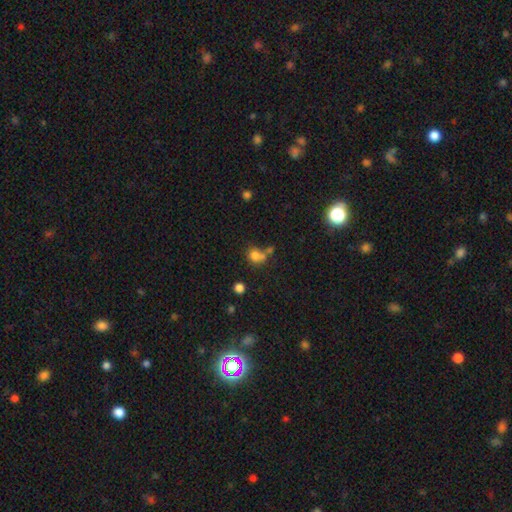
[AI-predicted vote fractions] The model was most divided on "merging": none: 41%, merger: 38%, minor disturbance: 13%, major disturbance: 7%. More confident: smooth or featured — smooth (75%); how rounded — round (67%).